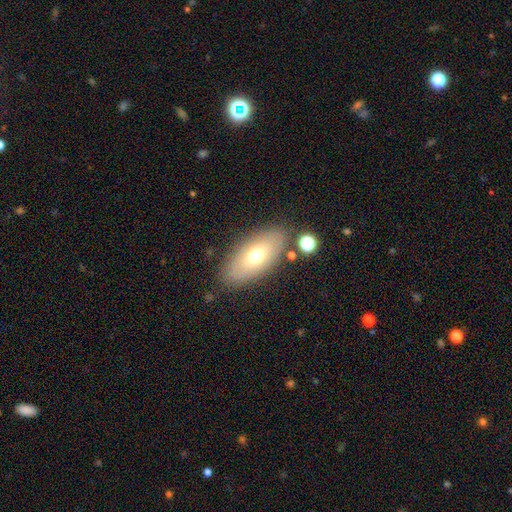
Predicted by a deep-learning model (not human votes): A smooth galaxy with no disk features (63%) that is in between round and cigar-shaped (87%). Merging: none (81%).